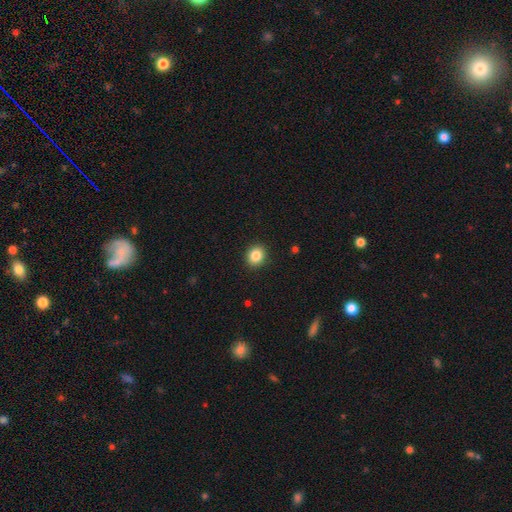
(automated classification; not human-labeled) Smooth or featured?
  - smooth: 85% *
  - star or artifact: 10%
  - featured or disk: 5%
How rounded?
  - round: 76% *
  - in between: 24%
  - cigar-shaped: 1%
Merging?
  - none: 91% *
  - minor disturbance: 6%
  - major disturbance: 2%
  - merger: 1%